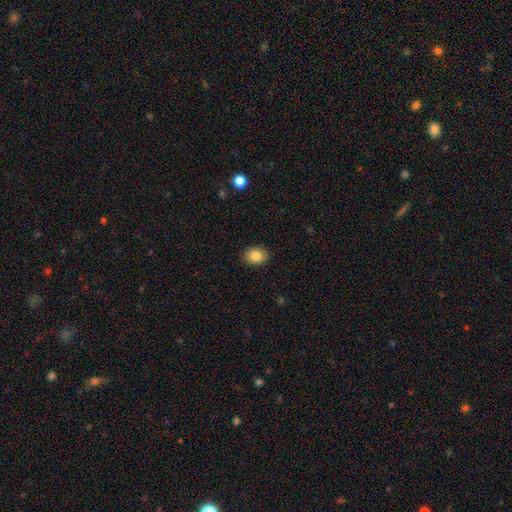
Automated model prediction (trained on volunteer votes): This is clearly a smooth galaxy (85%). How rounded: possibly in between (56%). Merging: clearly none (90%).